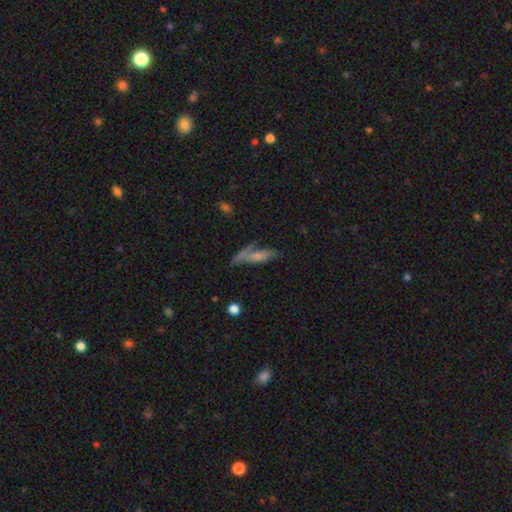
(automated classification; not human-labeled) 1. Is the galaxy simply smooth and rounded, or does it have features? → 53% smooth, 37% featured or disk, 10% star or artifact.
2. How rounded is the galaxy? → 69% cigar-shaped, 28% in between, 3% round.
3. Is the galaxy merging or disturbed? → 51% none, 20% minor disturbance, 18% merger, 12% major disturbance.